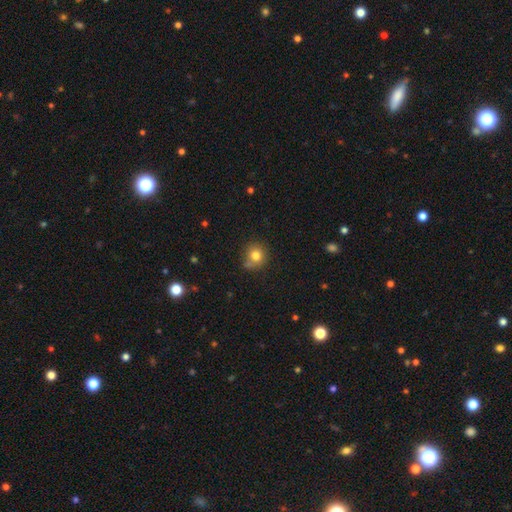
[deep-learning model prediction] The model was most divided on "merging": none: 70%, minor disturbance: 17%, merger: 9%, major disturbance: 4%. More confident: how rounded — round (88%); smooth or featured — smooth (80%).